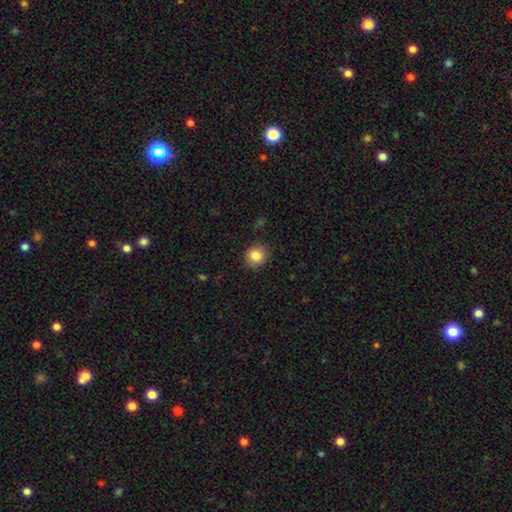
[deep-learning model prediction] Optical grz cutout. It shows a smooth galaxy with no disk features (86%) that is round (85%). Merging: none (87%).